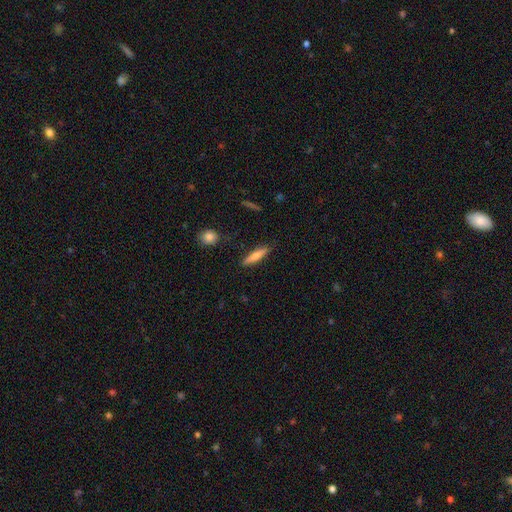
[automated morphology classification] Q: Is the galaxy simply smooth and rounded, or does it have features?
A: smooth — 71%.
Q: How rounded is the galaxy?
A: cigar-shaped — 83%.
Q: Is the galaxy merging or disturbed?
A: none — 88%.